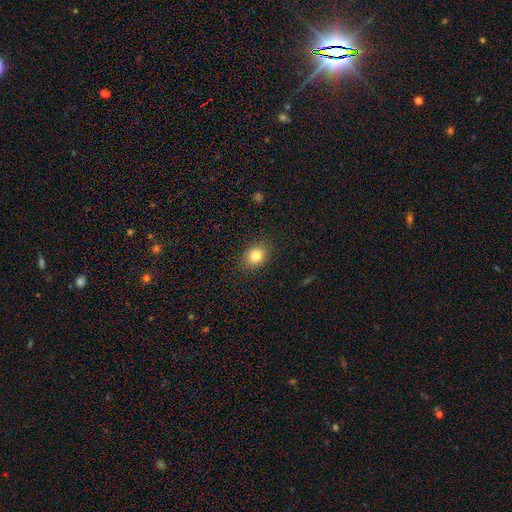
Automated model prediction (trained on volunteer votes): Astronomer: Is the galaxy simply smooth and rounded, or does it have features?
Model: smooth — 82%.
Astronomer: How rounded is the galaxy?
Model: in between — 56% (runner-up: round, 43%).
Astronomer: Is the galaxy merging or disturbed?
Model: none — 88%.